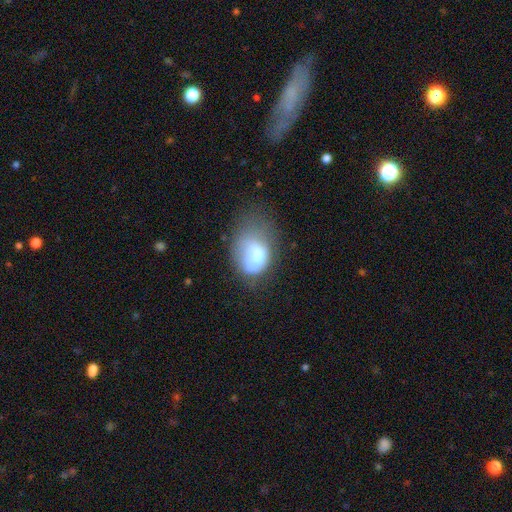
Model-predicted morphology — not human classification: A smooth galaxy with no disk features (65%) that is in between round and cigar-shaped (70%).

Vote fractions:
- Smooth or featured? smooth: 65% / featured or disk: 25% / star or artifact: 10%
- How rounded? in between: 70% / round: 29% / cigar-shaped: 1%
- Merging? major disturbance: 36% / minor disturbance: 29% / none: 28% / merger: 7%